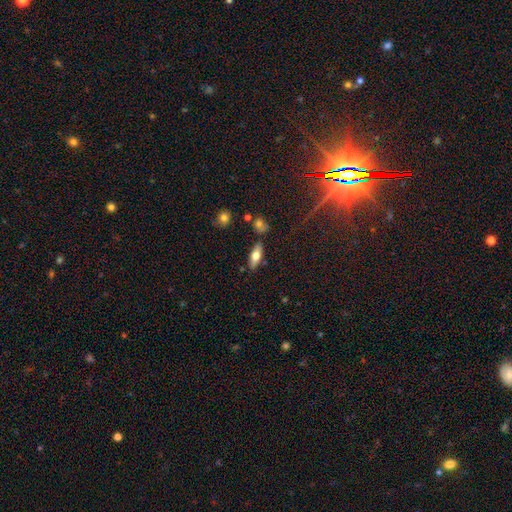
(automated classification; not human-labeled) Smooth or featured? smooth (69%)
How rounded? in between (69%)
Merging? none (83%)